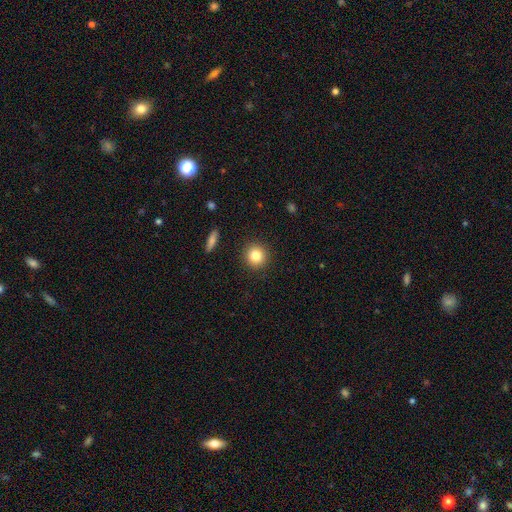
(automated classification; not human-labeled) This is clearly a smooth galaxy (83%). How rounded: clearly round (92%). Merging: clearly none (91%).